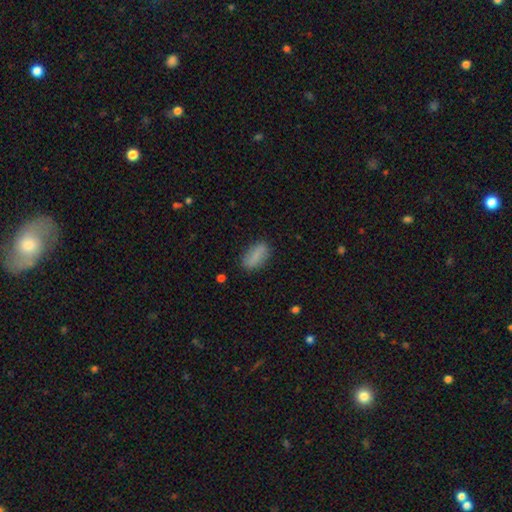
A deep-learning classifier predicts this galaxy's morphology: A smooth galaxy with no disk features (83%) that is in between round and cigar-shaped (82%).

Vote fractions:
- Smooth or featured? smooth: 83% / featured or disk: 10% / star or artifact: 8%
- How rounded? in between: 82% / cigar-shaped: 14% / round: 4%
- Merging? none: 82% / minor disturbance: 13% / major disturbance: 3% / merger: 2%